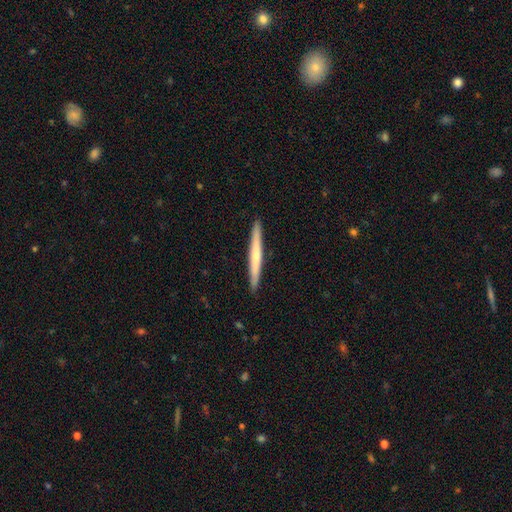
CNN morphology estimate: Smooth or featured? Predicted: smooth (p=0.51). How rounded? Predicted: cigar-shaped (p=0.97). Merging? Predicted: none (p=0.92).